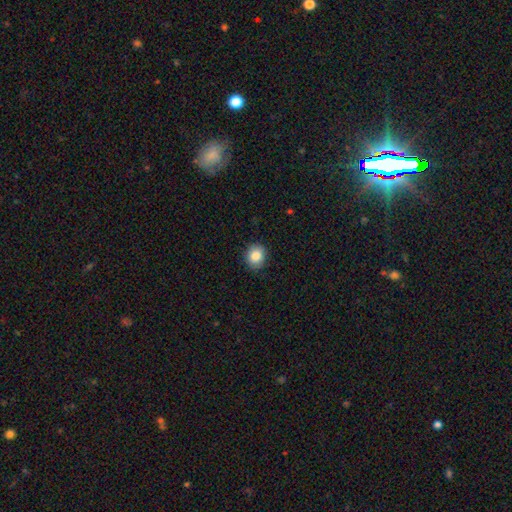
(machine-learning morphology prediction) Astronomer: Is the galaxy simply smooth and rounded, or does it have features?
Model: smooth — 84%.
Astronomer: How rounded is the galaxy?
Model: round — 66%.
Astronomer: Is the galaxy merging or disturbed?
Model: none — 87%.